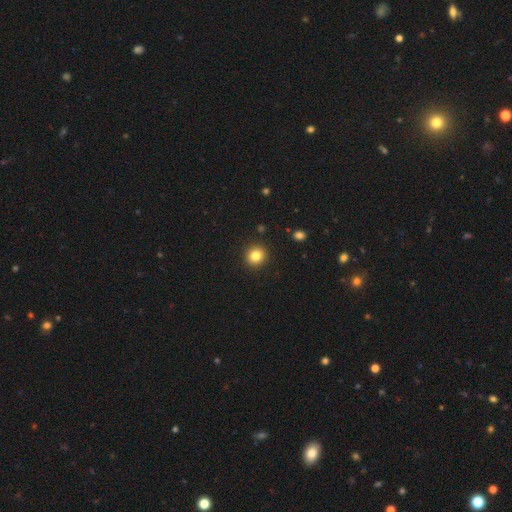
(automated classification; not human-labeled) smooth 83%, star or artifact 11%, featured or disk 6%. Down the decision tree: how rounded — round (89%); merging — none (92%).